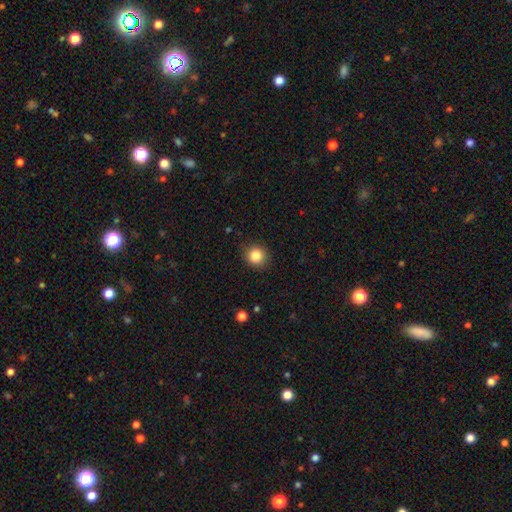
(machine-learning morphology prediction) smooth_or_featured: smooth (p=0.85) [alt: star or artifact p=0.10]
how_rounded: round (p=0.84) [alt: in between p=0.15]
merging: none (p=0.88) [alt: minor disturbance p=0.09]